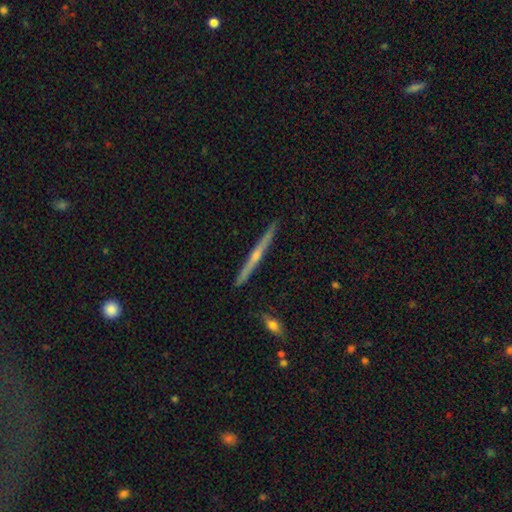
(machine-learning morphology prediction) A featured or disk galaxy (76%) viewed edge-on (98%) with a rounded central bulge (75%). Merging: none (91%).